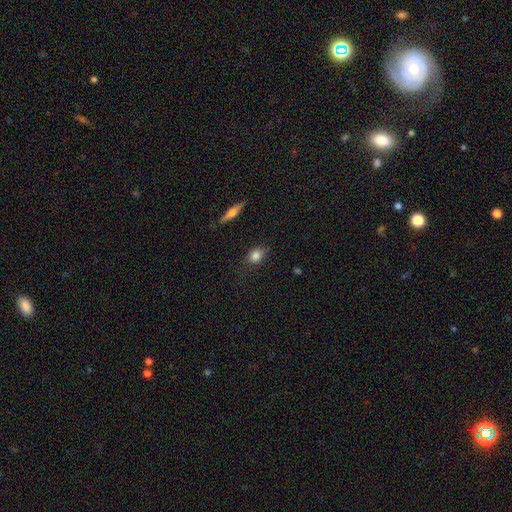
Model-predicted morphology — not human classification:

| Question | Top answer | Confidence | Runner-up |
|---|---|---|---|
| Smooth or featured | smooth | 82% | featured or disk (9%) |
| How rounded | in between | 58% | round (37%) |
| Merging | none | 75% | minor disturbance (18%) |